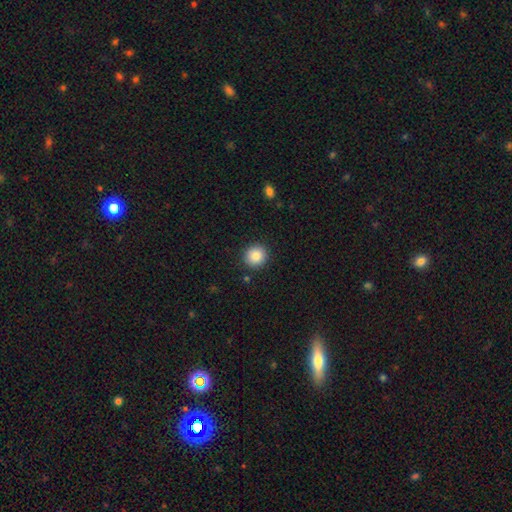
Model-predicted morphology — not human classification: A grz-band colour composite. It shows a smooth galaxy with no disk features (85%) that is round (91%). Merging: none (90%).